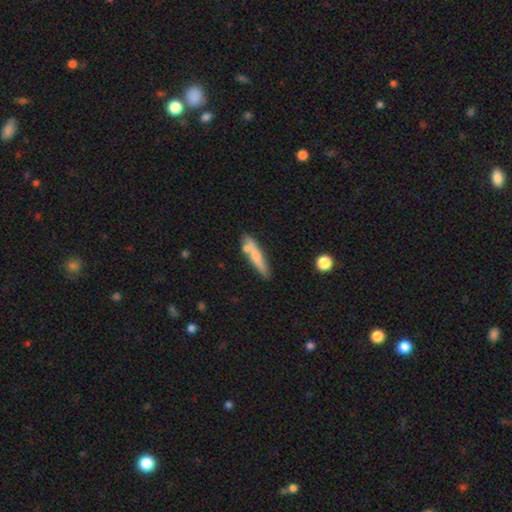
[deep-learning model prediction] Smooth or featured?
  - smooth: 63% *
  - featured or disk: 31%
  - star or artifact: 6%
How rounded?
  - cigar-shaped: 83% *
  - in between: 15%
  - round: 2%
Merging?
  - none: 62% *
  - minor disturbance: 18%
  - merger: 16%
  - major disturbance: 5%